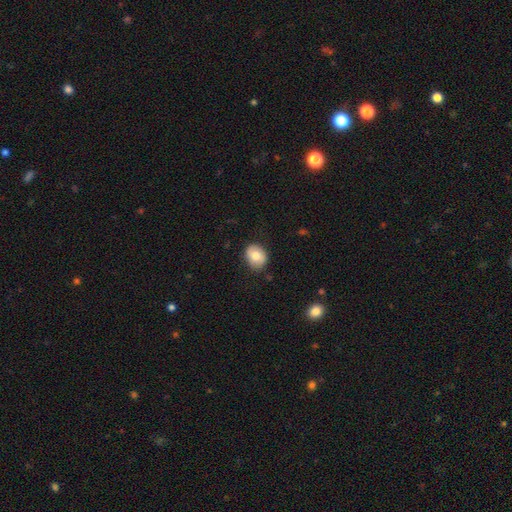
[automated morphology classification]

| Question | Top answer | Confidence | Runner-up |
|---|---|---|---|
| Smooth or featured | smooth | 76% | featured or disk (17%) |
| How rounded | in between | 50% | round (49%) |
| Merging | none | 83% | minor disturbance (13%) |